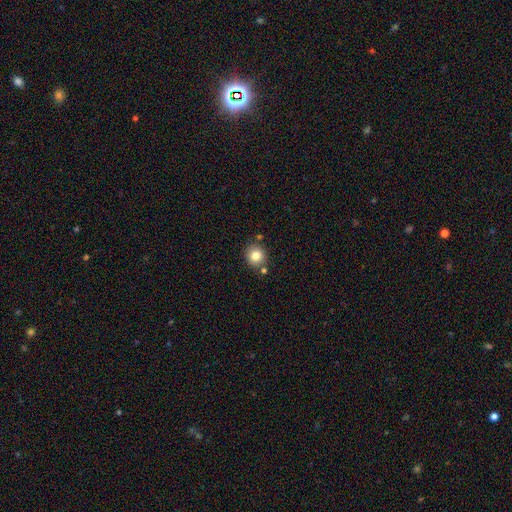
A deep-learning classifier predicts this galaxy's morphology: type=smooth (82%); roundness=round (86%); merging=none (79%).